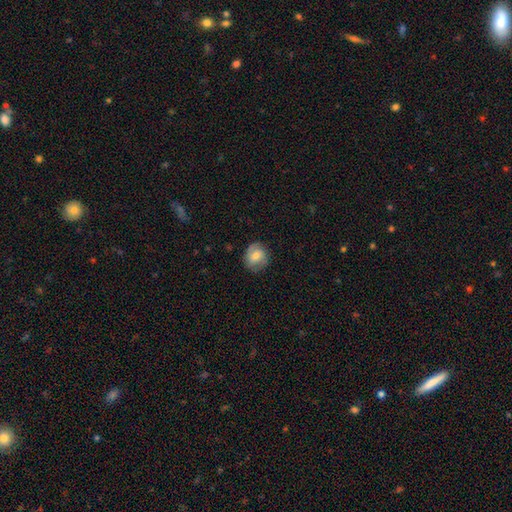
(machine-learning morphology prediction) Smooth or featured? Predicted: smooth (p=0.63). How rounded? Predicted: round (p=0.75). Merging? Predicted: none (p=0.79).